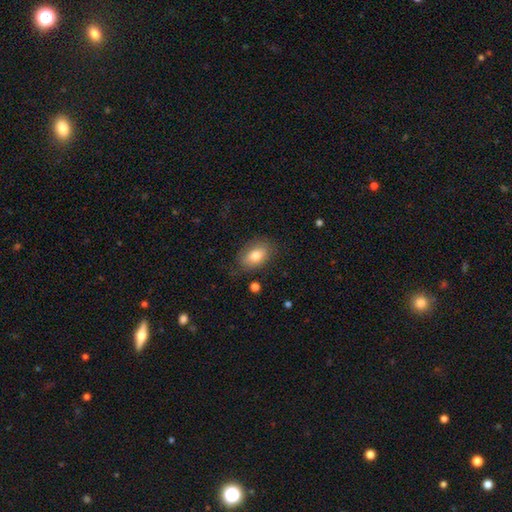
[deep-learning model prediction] Smooth or featured: smooth — 77% (featured or disk — 15%)
How rounded: in between — 88% (round — 10%)
Merging: none — 76% (minor disturbance — 17%)